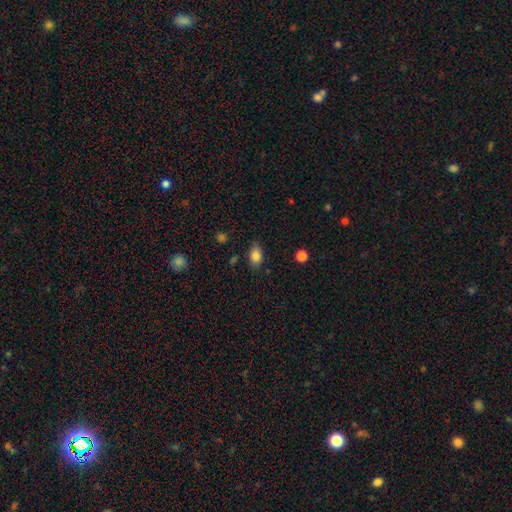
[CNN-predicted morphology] A smooth galaxy with no disk features (83%) that is in between round and cigar-shaped (83%).

Vote fractions:
- Smooth or featured? smooth: 83% / star or artifact: 9% / featured or disk: 8%
- How rounded? in between: 83% / round: 15% / cigar-shaped: 3%
- Merging? none: 78% / minor disturbance: 17% / major disturbance: 3% / merger: 2%